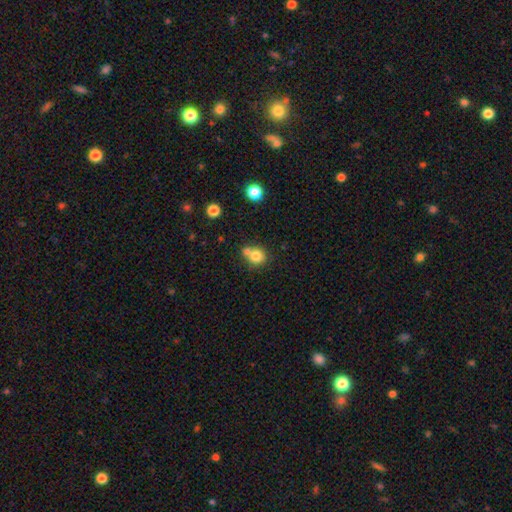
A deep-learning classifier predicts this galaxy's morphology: Smooth or featured?
  - smooth: 78% *
  - star or artifact: 11%
  - featured or disk: 10%
How rounded?
  - round: 84% *
  - in between: 16%
  - cigar-shaped: 1%
Merging?
  - none: 49% *
  - merger: 39%
  - minor disturbance: 9%
  - major disturbance: 3%